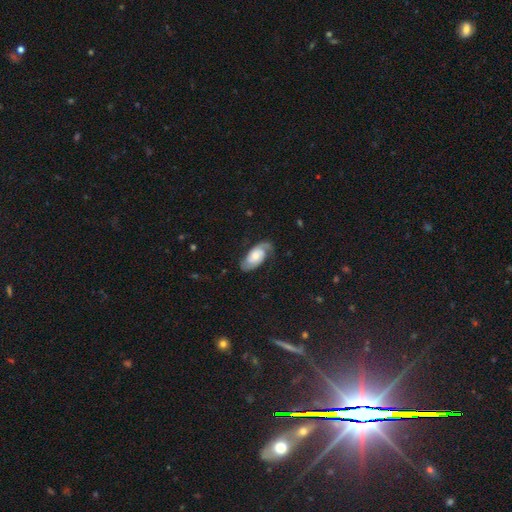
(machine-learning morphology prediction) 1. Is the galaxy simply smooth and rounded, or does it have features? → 75% featured or disk, 19% smooth, 6% star or artifact.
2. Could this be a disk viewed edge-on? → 95% no, 5% yes.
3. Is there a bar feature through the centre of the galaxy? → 63% no, 30% weak, 7% strong.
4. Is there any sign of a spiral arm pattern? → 95% yes, 5% no.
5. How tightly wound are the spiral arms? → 43% tight, 41% medium, 16% loose.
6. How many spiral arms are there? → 86% 2, 6% can't tell, 4% 1, 1% 3, 1% 4, 1% more than 4.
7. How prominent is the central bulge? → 45% moderate, 27% small, 18% large, 8% none, 3% dominant.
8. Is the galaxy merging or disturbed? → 74% none, 17% minor disturbance, 7% major disturbance, 1% merger.